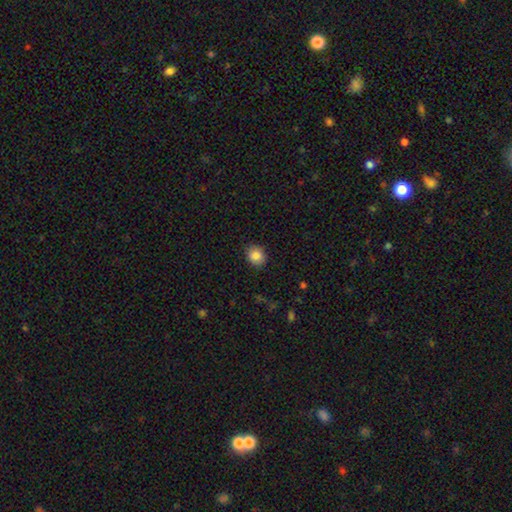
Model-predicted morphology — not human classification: smooth-or-featured: smooth: 86% | star or artifact: 9% | featured or disk: 5%
  how-rounded: round: 67% | in between: 32% | cigar-shaped: 1%
  merging: none: 87% | minor disturbance: 10% | major disturbance: 2% | merger: 1%